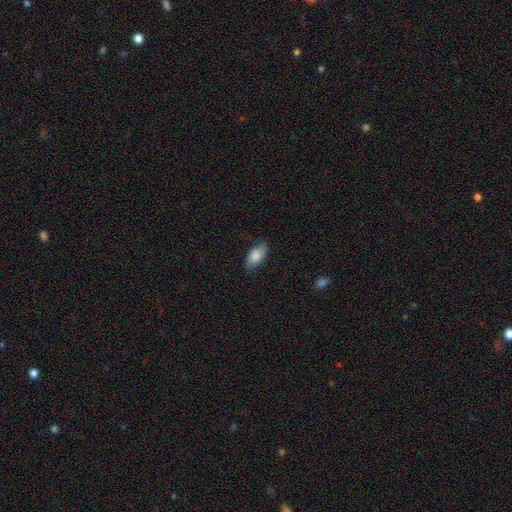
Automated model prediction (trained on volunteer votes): The model was most divided on "merging": none: 77%, minor disturbance: 18%, major disturbance: 3%, merger: 1%. More confident: how rounded — in between (90%); smooth or featured — smooth (81%).